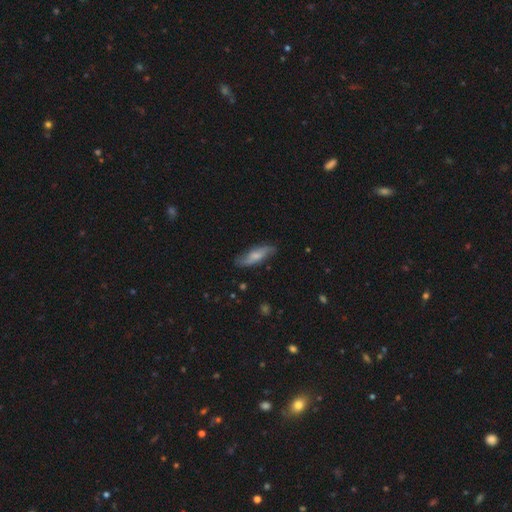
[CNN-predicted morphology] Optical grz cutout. It shows a featured or disk galaxy (48%). Merging: none (76%).